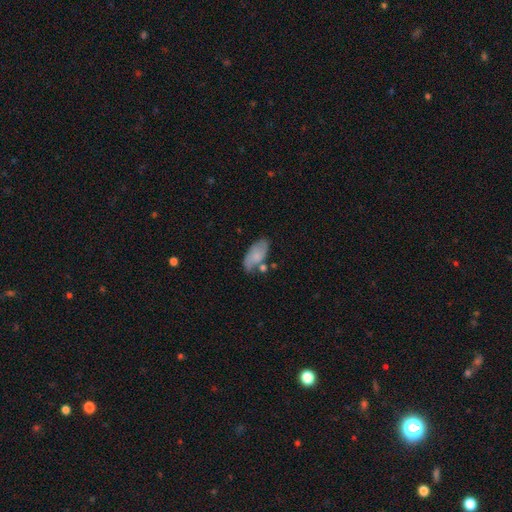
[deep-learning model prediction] Q: Smooth or featured?
A: smooth (69%); runner-up: featured or disk (24%)
Q: How rounded?
A: in between (91%); runner-up: cigar-shaped (6%)
Q: Merging?
A: none (54%); runner-up: minor disturbance (25%)